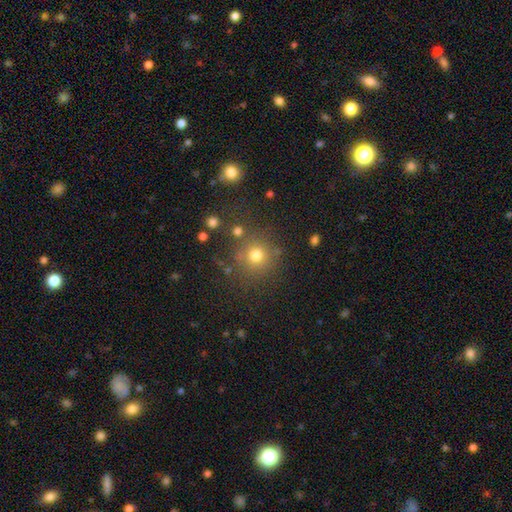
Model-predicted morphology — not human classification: A smooth galaxy with no disk features (74%) that is round (92%).

Vote fractions:
- Smooth or featured? smooth: 74% / star or artifact: 18% / featured or disk: 8%
- How rounded? round: 92% / in between: 7% / cigar-shaped: 1%
- Merging? none: 80% / minor disturbance: 9% / merger: 7% / major disturbance: 4%